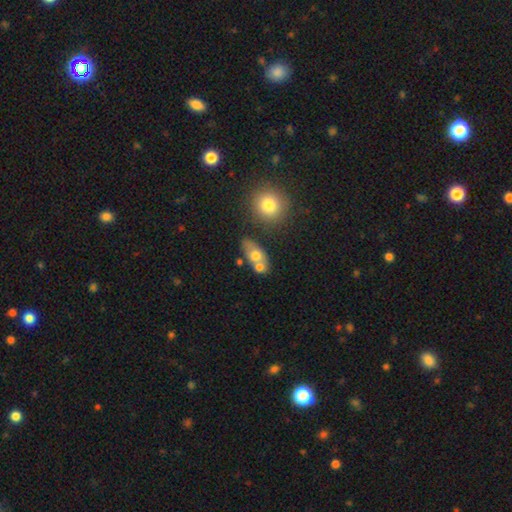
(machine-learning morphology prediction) A smooth galaxy with no disk features (64%) that is in between round and cigar-shaped (72%).

Vote fractions:
- Smooth or featured? smooth: 64% / featured or disk: 27% / star or artifact: 9%
- How rounded? in between: 72% / round: 21% / cigar-shaped: 7%
- Merging? none: 43% / merger: 40% / minor disturbance: 12% / major disturbance: 5%